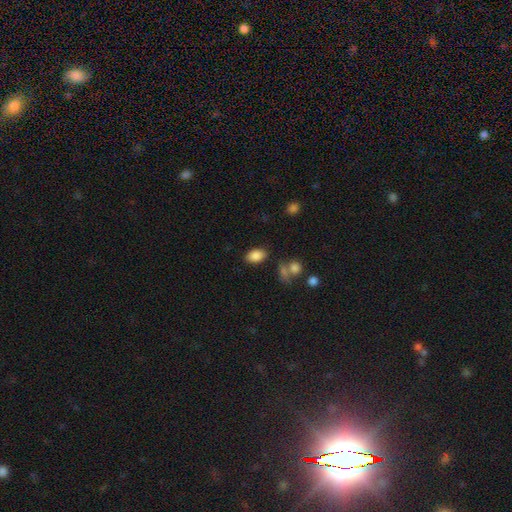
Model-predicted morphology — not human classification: Smooth or featured: smooth — 86% (star or artifact — 9%)
How rounded: in between — 90% (round — 9%)
Merging: none — 80% (minor disturbance — 11%)